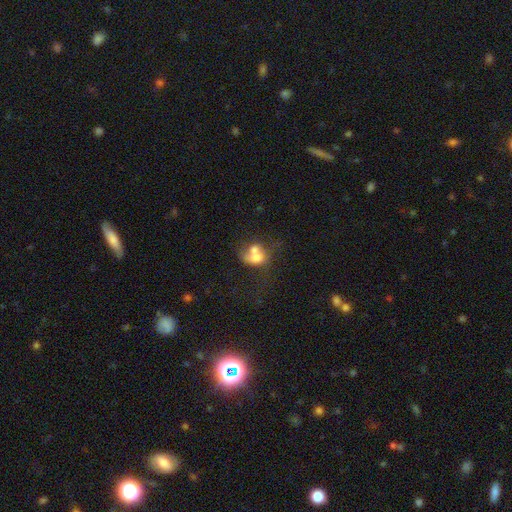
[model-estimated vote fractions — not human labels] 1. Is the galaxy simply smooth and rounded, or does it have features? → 61% smooth, 28% featured or disk, 11% star or artifact.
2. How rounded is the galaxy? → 50% in between, 49% round, 1% cigar-shaped.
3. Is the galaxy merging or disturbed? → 59% merger, 20% none, 11% major disturbance, 10% minor disturbance.